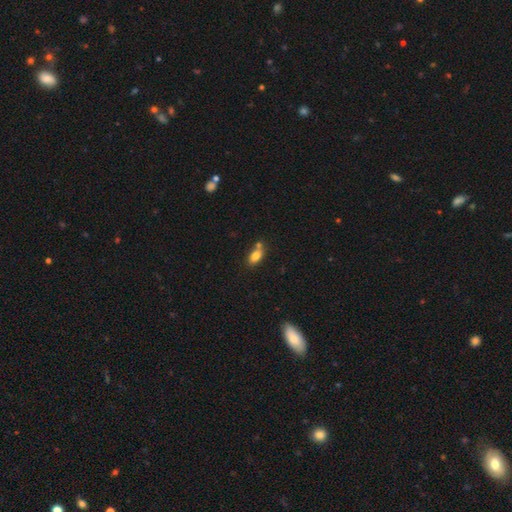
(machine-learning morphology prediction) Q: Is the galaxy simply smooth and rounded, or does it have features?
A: smooth — 77%.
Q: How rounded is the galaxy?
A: in between — 85%.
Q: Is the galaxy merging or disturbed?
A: none — 56%.